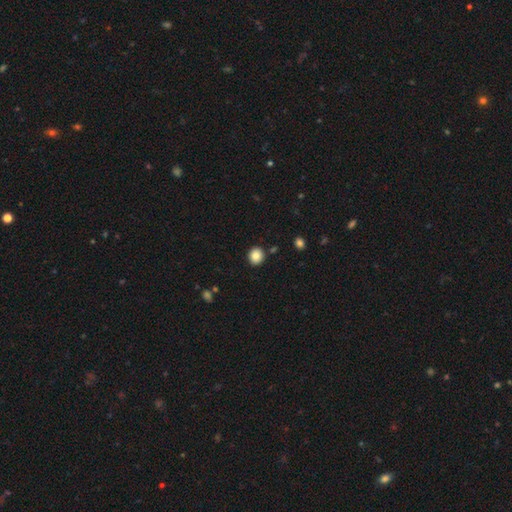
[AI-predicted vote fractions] Morphology: type=smooth (84%); roundness=round (83%); merging=none (89%).